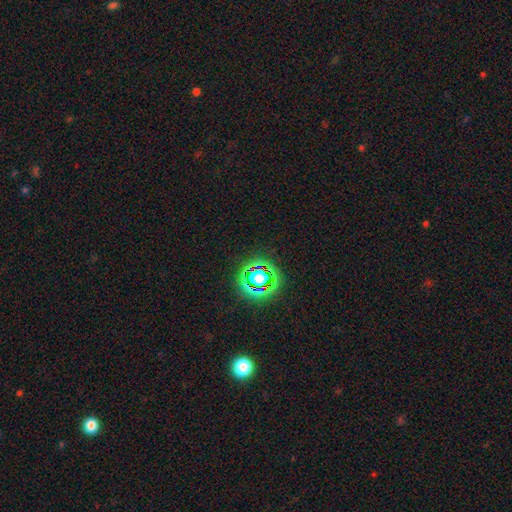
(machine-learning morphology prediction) star or artifact 73%, smooth 20%, featured or disk 7%.